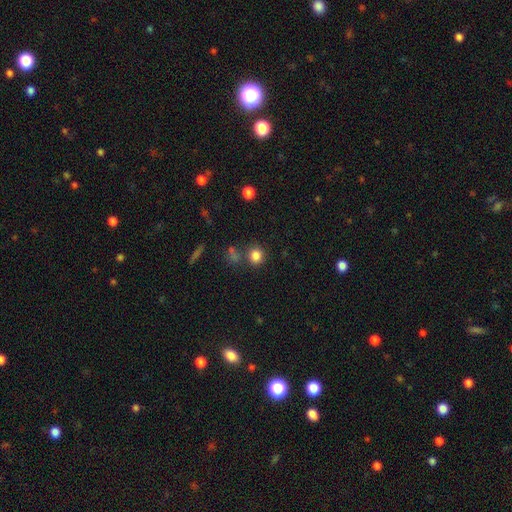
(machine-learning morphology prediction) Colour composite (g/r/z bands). It shows a smooth galaxy with no disk features (83%) that is round (84%). Merging: none (76%).